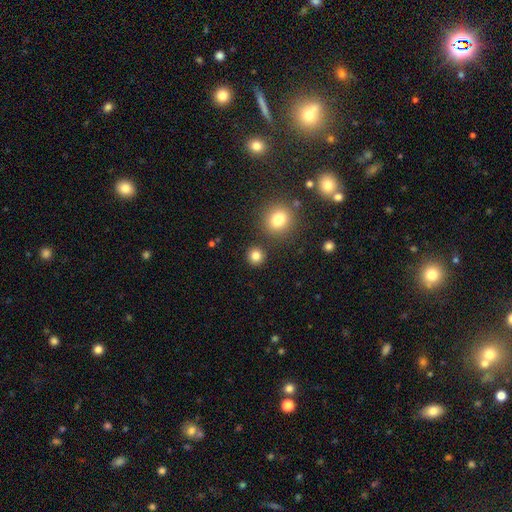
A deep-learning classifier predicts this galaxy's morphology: A smooth galaxy with no disk features (82%) that is round (92%). Merging: none (87%).